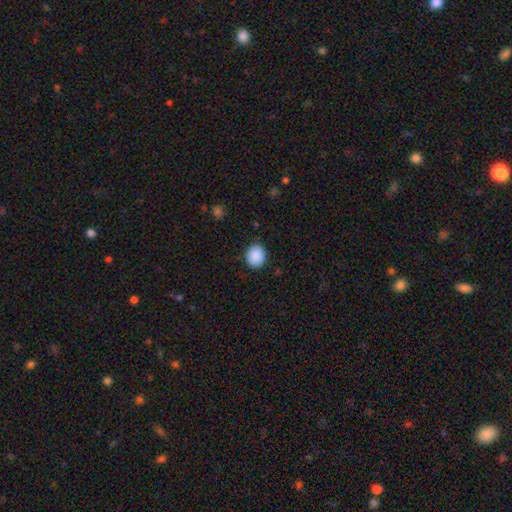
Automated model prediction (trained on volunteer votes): Q: Smooth or featured?
A: smooth (90%); runner-up: star or artifact (8%)
Q: How rounded?
A: round (72%); runner-up: in between (27%)
Q: Merging?
A: none (87%); runner-up: minor disturbance (9%)